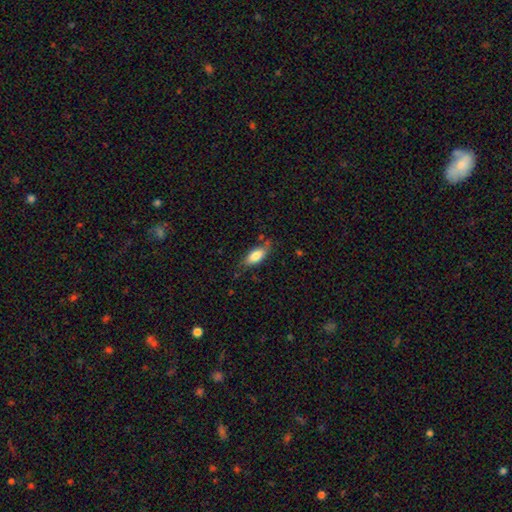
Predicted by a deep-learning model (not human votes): This appears to be a smooth galaxy with no disk features (78%) that is in between round and cigar-shaped (82%). Merging: none (64%).